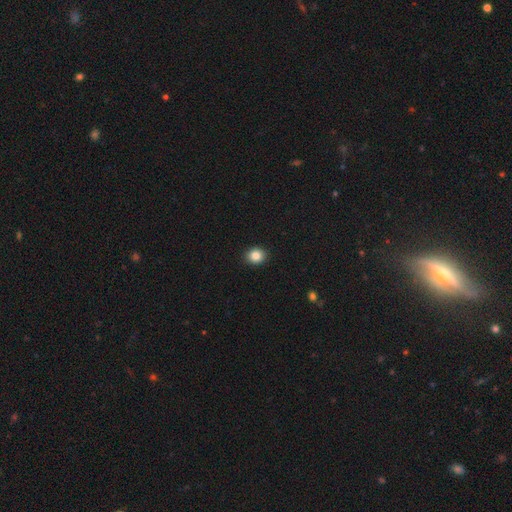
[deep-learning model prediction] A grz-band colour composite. It shows a smooth galaxy with no disk features (86%) that is round (70%). Merging: none (92%).